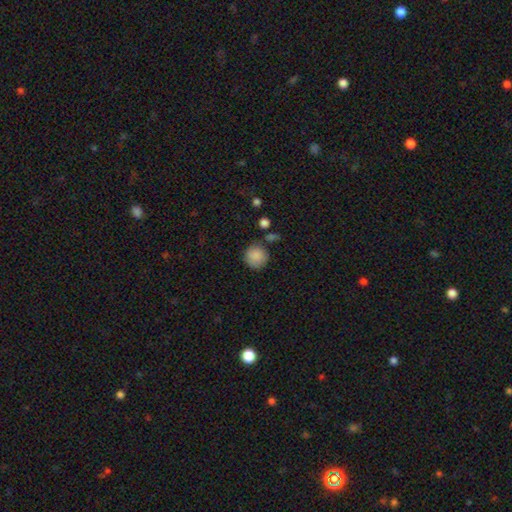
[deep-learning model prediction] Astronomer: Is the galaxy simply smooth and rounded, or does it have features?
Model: smooth — 87%.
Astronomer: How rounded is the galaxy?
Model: round — 91%.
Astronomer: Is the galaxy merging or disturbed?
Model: none — 73%.